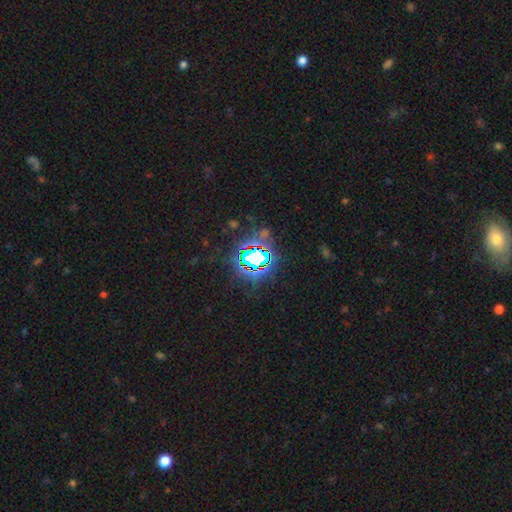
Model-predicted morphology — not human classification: Overall: star or artifact (73%).